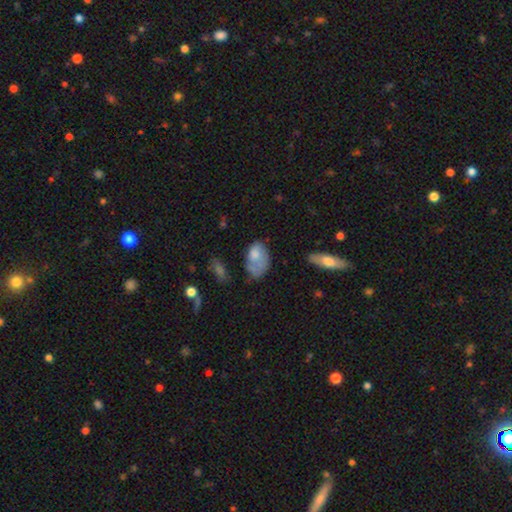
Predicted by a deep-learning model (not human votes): This is likely a smooth galaxy (66%). How rounded: clearly in between (89%). Merging: marginally minor disturbance (32%).